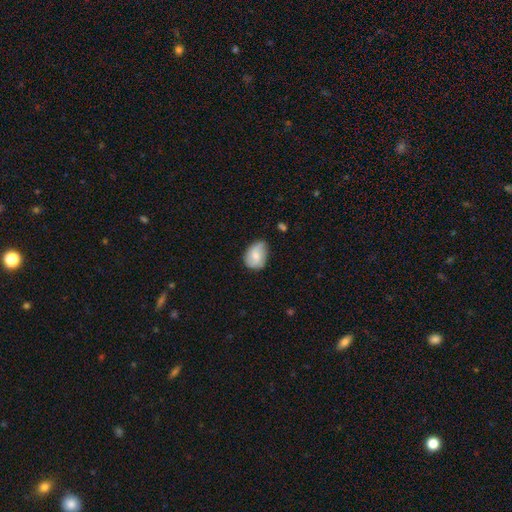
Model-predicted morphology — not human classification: Q: Smooth or featured?
A: smooth (66%); runner-up: featured or disk (27%)
Q: How rounded?
A: in between (65%); runner-up: round (33%)
Q: Merging?
A: none (52%); runner-up: minor disturbance (38%)